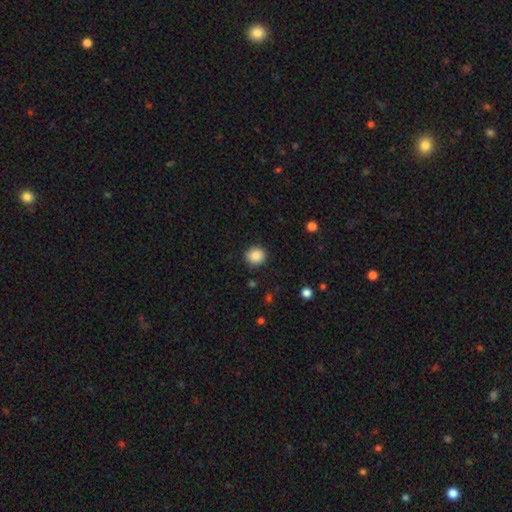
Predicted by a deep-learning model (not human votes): A smooth galaxy with no disk features (87%) that is round (85%). Merging: none (90%).